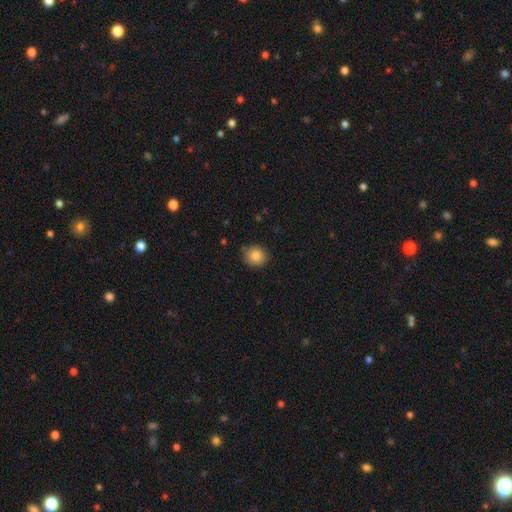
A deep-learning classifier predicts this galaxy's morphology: A smooth galaxy with no disk features (85%) that is round (85%). Merging: none (83%).